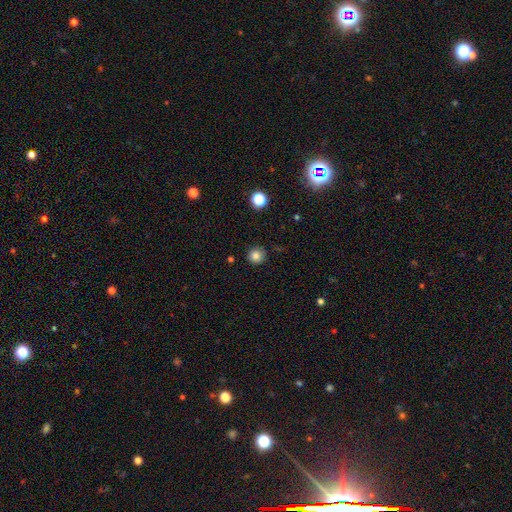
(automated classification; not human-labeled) Smooth or featured? smooth (83%)
How rounded? round (93%)
Merging? none (87%)